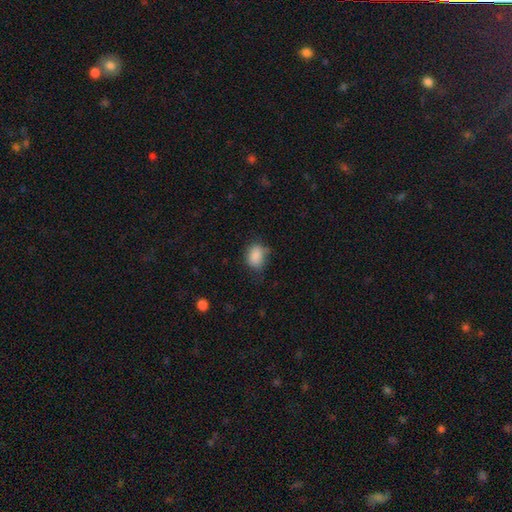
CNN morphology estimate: This is clearly a smooth galaxy (85%). How rounded: likely in between (70%). Merging: possibly none (55%).